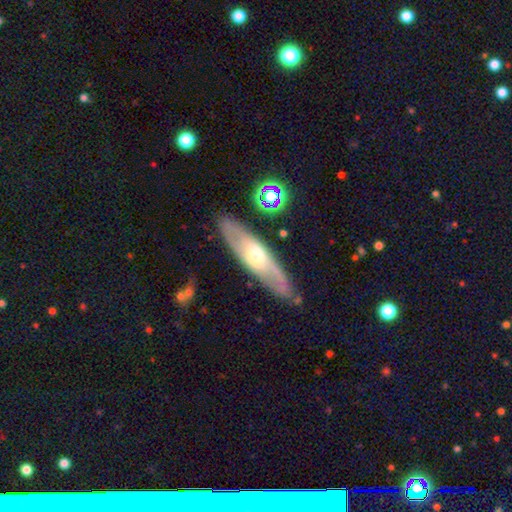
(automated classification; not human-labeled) Morphology: type=featured or disk (66%); edge-on=no (60%); merging=none (83%).